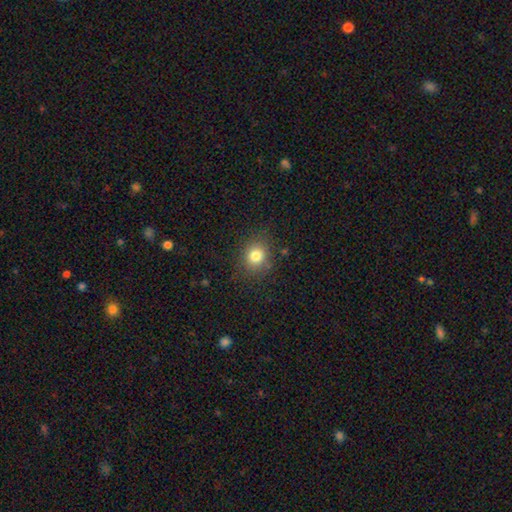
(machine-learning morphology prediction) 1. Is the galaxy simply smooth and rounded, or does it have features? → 80% smooth, 12% star or artifact, 8% featured or disk.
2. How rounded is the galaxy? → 70% round, 29% in between, 1% cigar-shaped.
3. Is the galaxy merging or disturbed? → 83% none, 12% minor disturbance, 4% major disturbance, 1% merger.